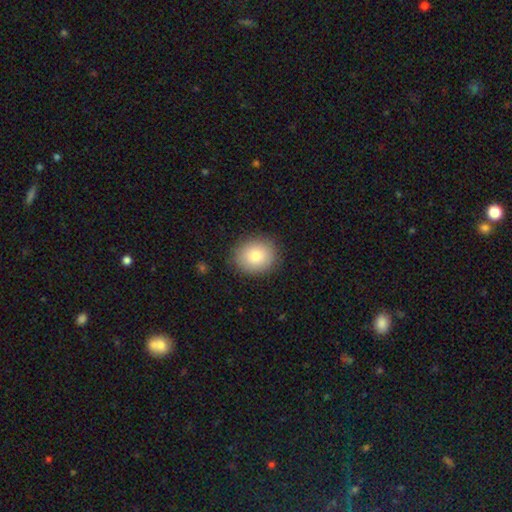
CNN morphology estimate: This appears to be a smooth galaxy with no disk features (81%) that is round (68%). Merging: none (88%).